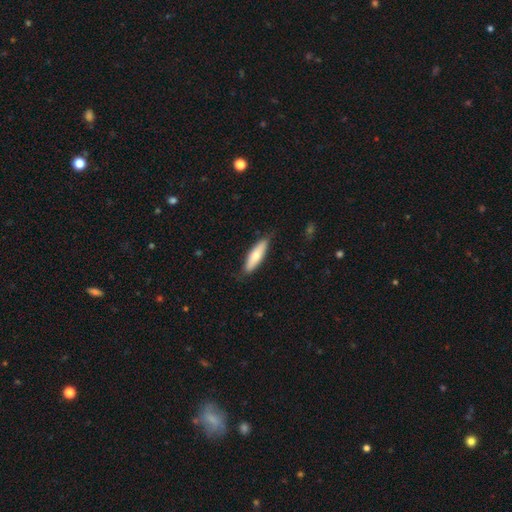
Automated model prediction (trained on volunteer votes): This appears to be a smooth galaxy with no disk features (71%) that is cigar-shaped (63%). Merging: none (82%).